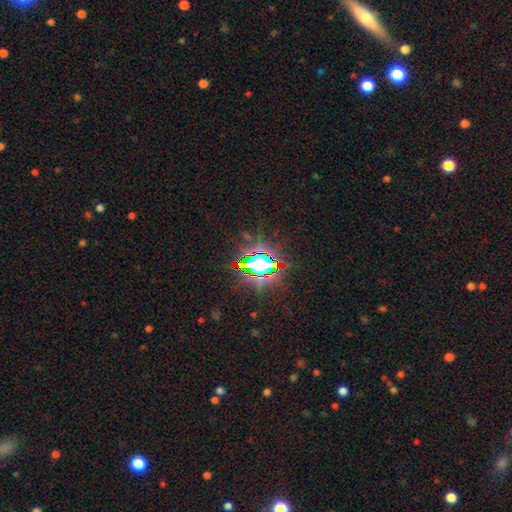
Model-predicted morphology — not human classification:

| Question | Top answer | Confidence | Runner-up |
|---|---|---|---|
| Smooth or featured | star or artifact | 81% | smooth (11%) |